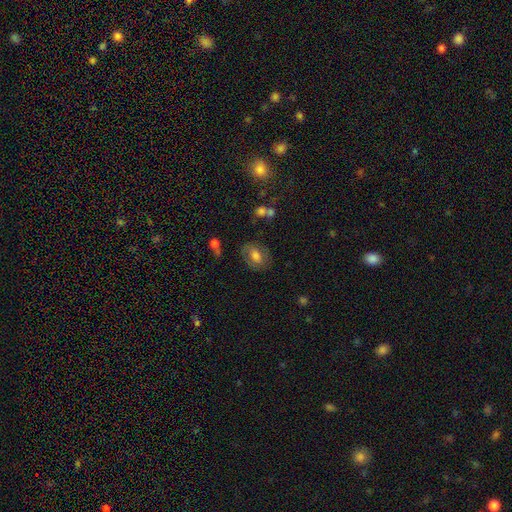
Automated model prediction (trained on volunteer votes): smooth-or-featured: smooth: 57% | featured or disk: 35% | star or artifact: 8%
  how-rounded: in between: 74% | round: 25% | cigar-shaped: 2%
  merging: none: 73% | minor disturbance: 17% | major disturbance: 7% | merger: 3%